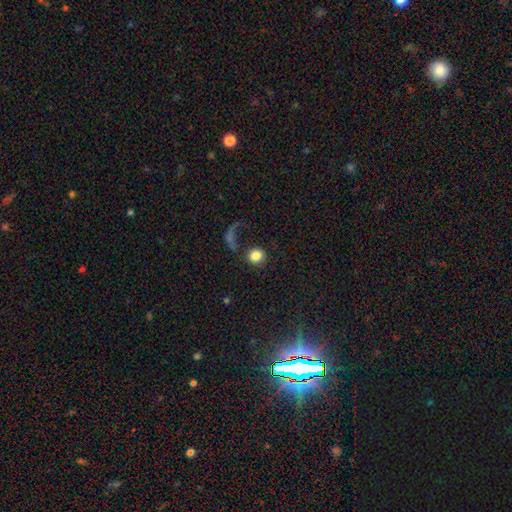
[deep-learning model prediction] Smooth or featured: smooth — 80% (featured or disk — 11%)
How rounded: round — 90% (in between — 9%)
Merging: none — 58% (major disturbance — 22%)